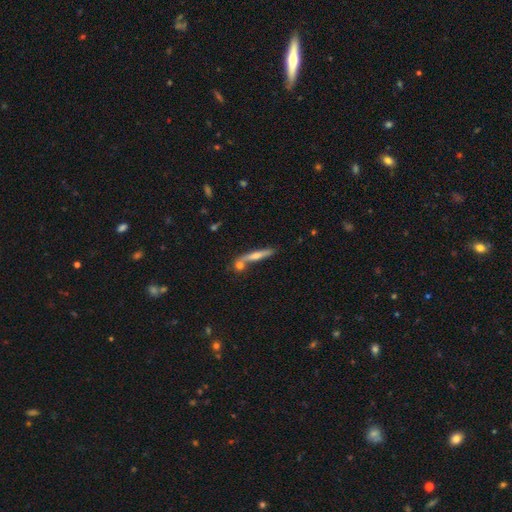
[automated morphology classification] Smooth or featured? Predicted: featured or disk (p=0.61). Edge-on disk? Predicted: yes (p=0.95). Edge-on bulge? Predicted: rounded (p=0.84). Merging? Predicted: none (p=0.70).